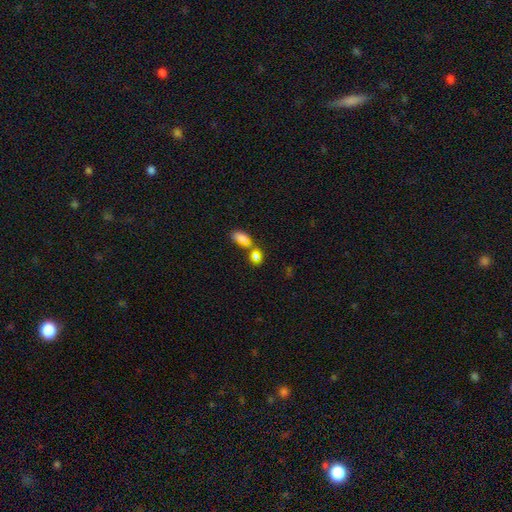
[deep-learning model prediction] A smooth galaxy with no disk features (71%) that is in between round and cigar-shaped (53%). Merging: none (43%).